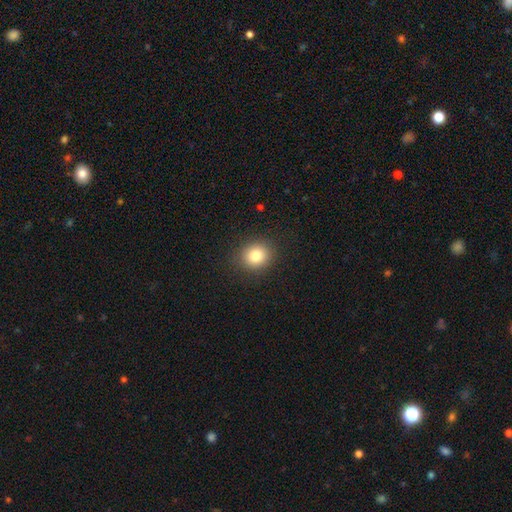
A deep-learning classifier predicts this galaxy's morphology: smooth_or_featured: smooth (p=0.80) [alt: star or artifact p=0.11]
how_rounded: round (p=0.80) [alt: in between p=0.19]
merging: none (p=0.90) [alt: minor disturbance p=0.07]